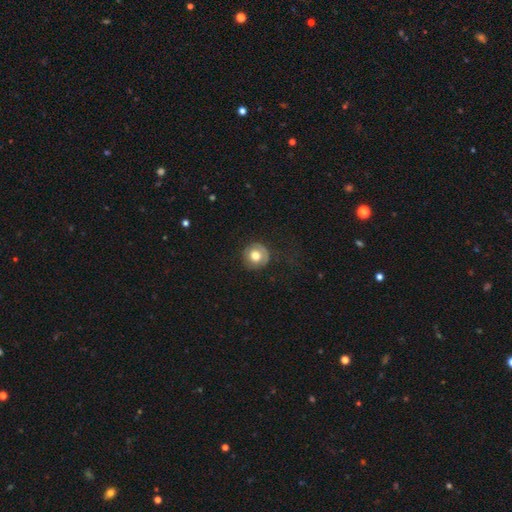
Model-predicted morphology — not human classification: This appears to be a smooth galaxy with no disk features (71%) that is round (93%). Merging: none (79%).